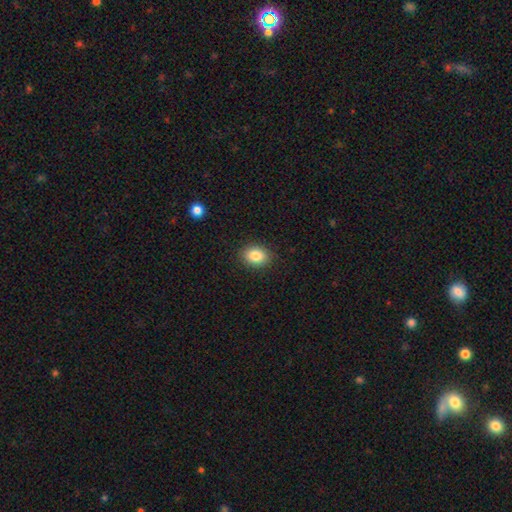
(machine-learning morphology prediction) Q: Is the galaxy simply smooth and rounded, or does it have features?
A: smooth — 85%.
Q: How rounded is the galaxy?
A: in between — 63%.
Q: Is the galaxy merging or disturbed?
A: none — 88%.